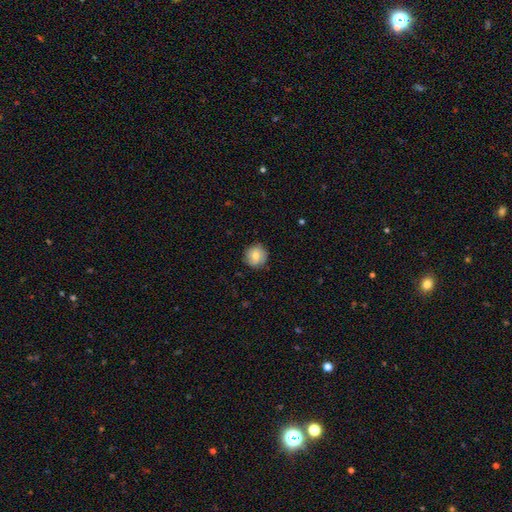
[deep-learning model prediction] Morphology: type=smooth (75%); roundness=round (93%); merging=none (85%).